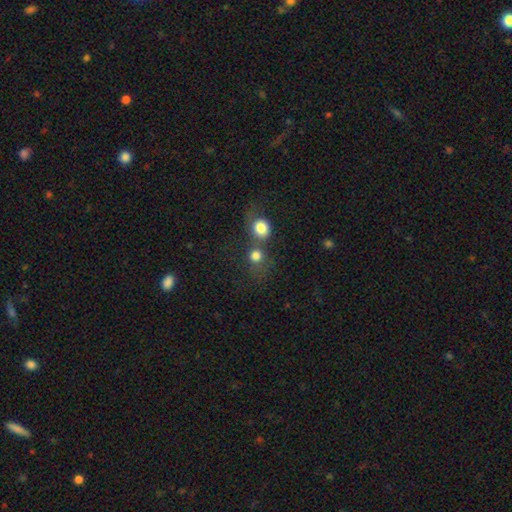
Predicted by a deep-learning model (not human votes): A smooth galaxy with no disk features (79%) that is round (84%).

Vote fractions:
- Smooth or featured? smooth: 79% / star or artifact: 12% / featured or disk: 9%
- How rounded? round: 84% / in between: 15% / cigar-shaped: 1%
- Merging? merger: 46% / none: 40% / minor disturbance: 8% / major disturbance: 6%